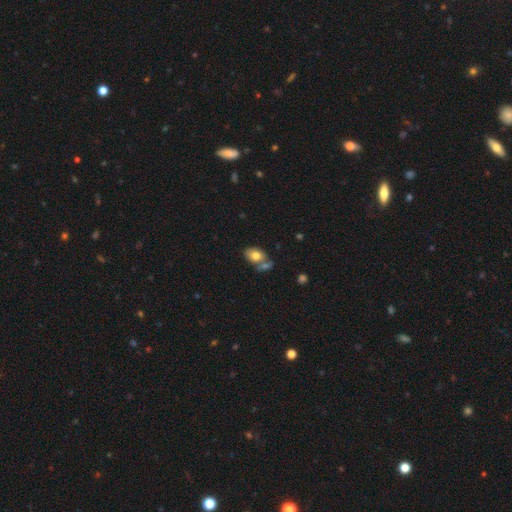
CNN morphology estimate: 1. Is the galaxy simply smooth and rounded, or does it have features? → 76% smooth, 16% featured or disk, 8% star or artifact.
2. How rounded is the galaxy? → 83% in between, 16% round, 1% cigar-shaped.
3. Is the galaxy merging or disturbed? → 49% none, 33% merger, 13% minor disturbance, 5% major disturbance.